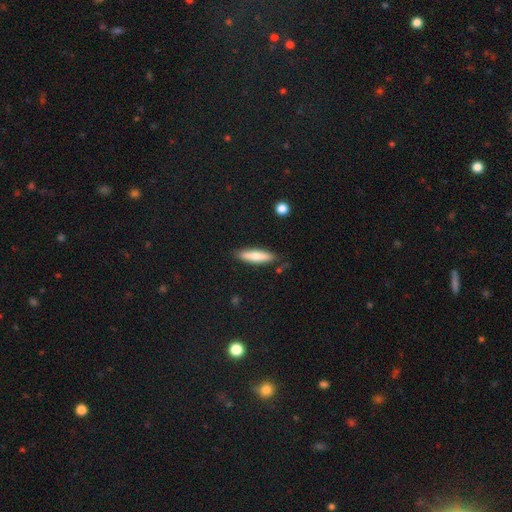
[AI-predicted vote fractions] Smooth or featured: smooth — 70% (featured or disk — 24%)
How rounded: cigar-shaped — 71% (in between — 27%)
Merging: none — 83% (minor disturbance — 12%)